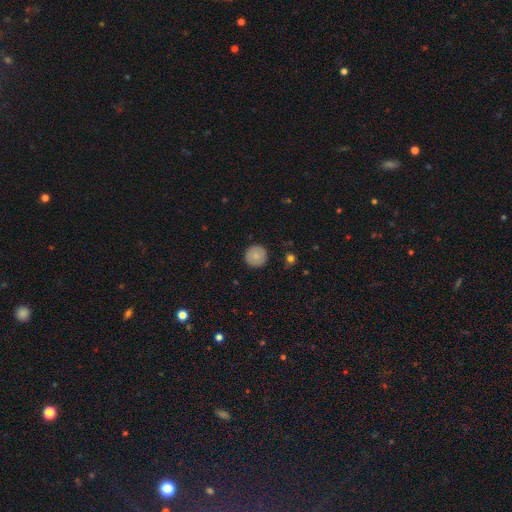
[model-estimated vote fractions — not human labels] This is clearly a smooth galaxy (84%). How rounded: clearly round (95%). Merging: clearly none (90%).